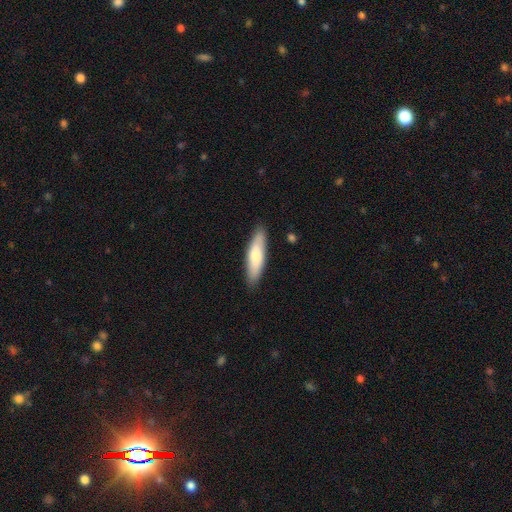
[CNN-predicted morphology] A smooth galaxy with no disk features (73%) that is cigar-shaped (64%).

Vote fractions:
- Smooth or featured? smooth: 73% / featured or disk: 22% / star or artifact: 5%
- How rounded? cigar-shaped: 64% / in between: 34% / round: 2%
- Merging? none: 87% / minor disturbance: 10% / major disturbance: 2% / merger: 1%